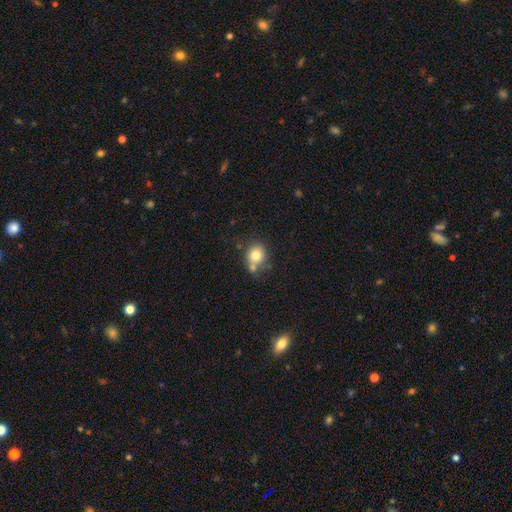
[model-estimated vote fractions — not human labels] Overall: smooth (79%). How rounded: round (76%). Merging: none (57%; merger 24%).